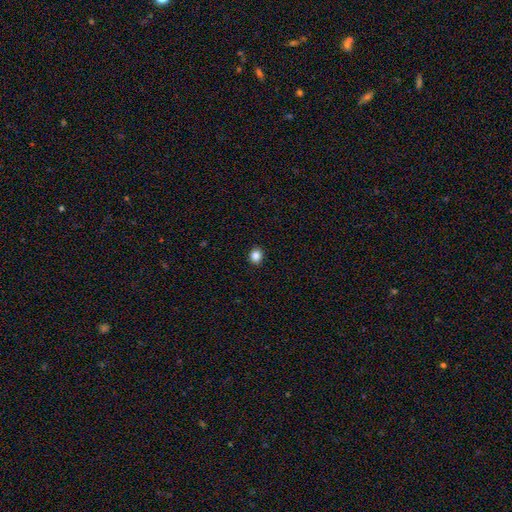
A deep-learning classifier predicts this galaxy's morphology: smooth 85%, star or artifact 11%, featured or disk 4%. Down the decision tree: how rounded — round (69%); merging — none (92%).